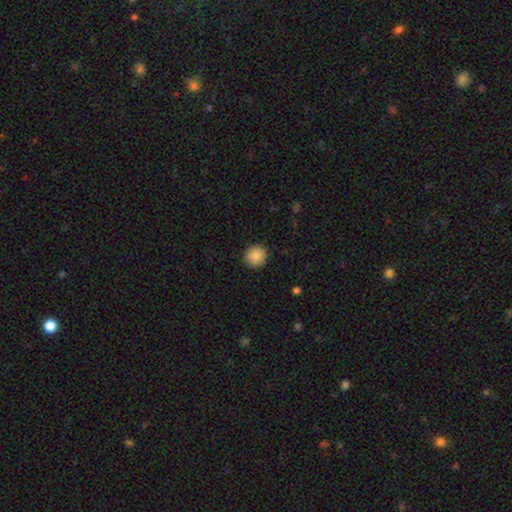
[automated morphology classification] Smooth or featured?
  - smooth: 88% *
  - star or artifact: 8%
  - featured or disk: 4%
How rounded?
  - round: 93% *
  - in between: 6%
  - cigar-shaped: 1%
Merging?
  - none: 91% *
  - minor disturbance: 6%
  - major disturbance: 2%
  - merger: 1%